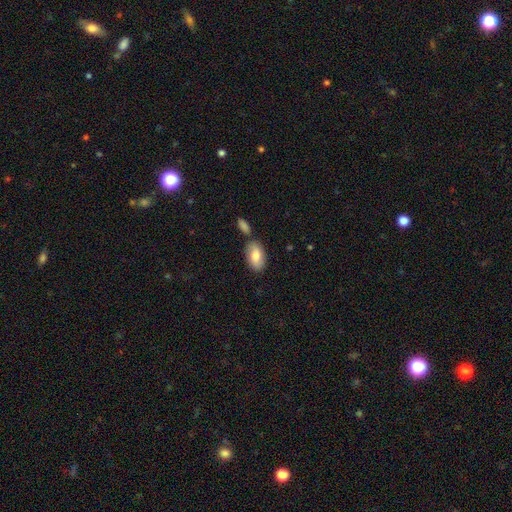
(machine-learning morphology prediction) Smooth or featured?
  - smooth: 74% *
  - featured or disk: 19%
  - star or artifact: 6%
How rounded?
  - in between: 93% *
  - round: 4%
  - cigar-shaped: 3%
Merging?
  - none: 69% *
  - minor disturbance: 14%
  - merger: 13%
  - major disturbance: 3%